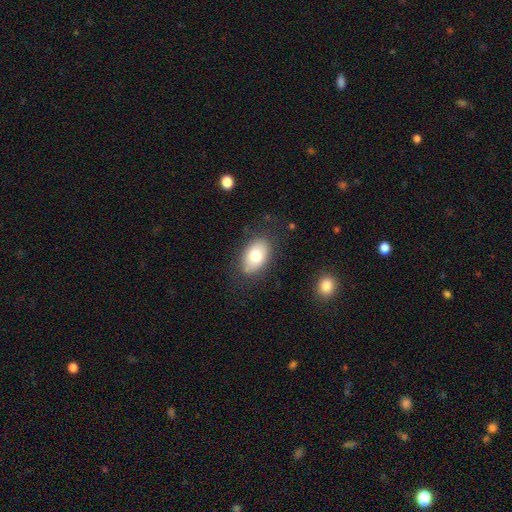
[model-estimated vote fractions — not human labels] The model was most divided on "smooth or featured": smooth: 74%, featured or disk: 19%, star or artifact: 8%. More confident: how rounded — in between (89%); merging — none (81%).